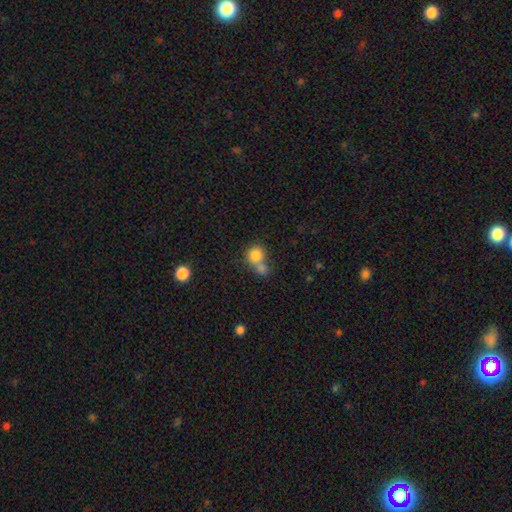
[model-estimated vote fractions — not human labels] Smooth or featured? smooth (81%)
How rounded? round (78%)
Merging? merger (53%)